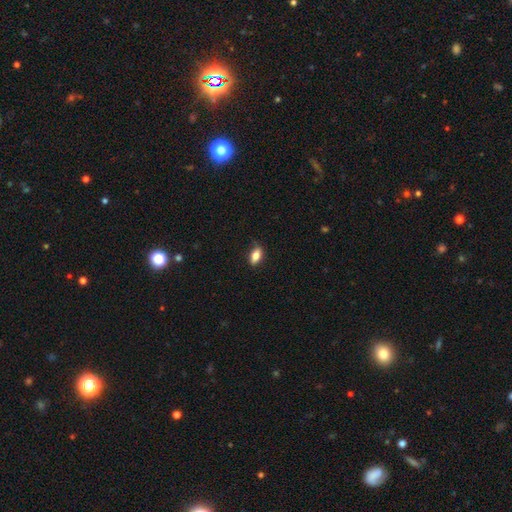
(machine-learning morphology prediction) Smooth or featured: smooth — 81% (featured or disk — 12%)
How rounded: in between — 87% (cigar-shaped — 8%)
Merging: none — 85% (minor disturbance — 12%)